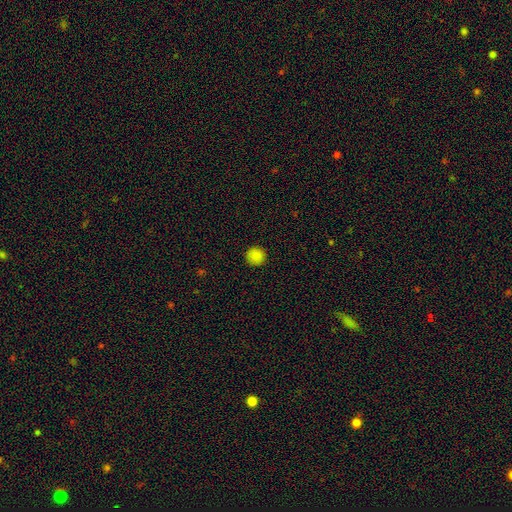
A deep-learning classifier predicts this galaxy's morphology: Smooth or featured? Predicted: smooth (p=0.87). How rounded? Predicted: round (p=0.95). Merging? Predicted: none (p=0.93).